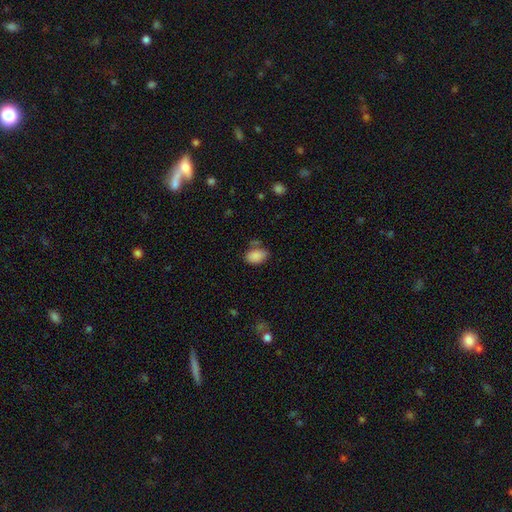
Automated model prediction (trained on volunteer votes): smooth_or_featured: smooth (p=0.87) [alt: star or artifact p=0.08]
how_rounded: in between (p=0.88) [alt: round p=0.11]
merging: none (p=0.62) [alt: minor disturbance p=0.23]